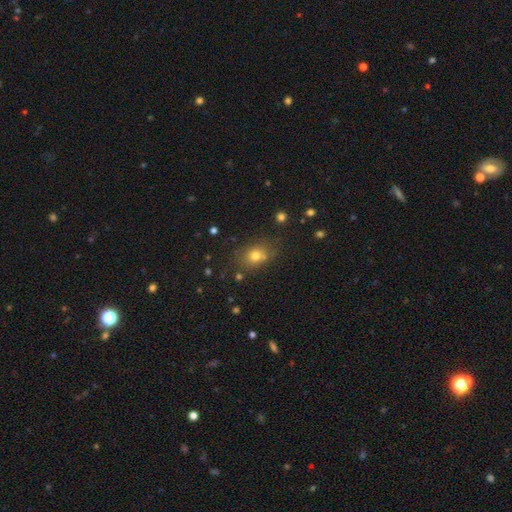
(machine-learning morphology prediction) The model was most divided on "how rounded": round: 56%, in between: 43%, cigar-shaped: 1%. More confident: smooth or featured — smooth (72%); merging — none (69%).